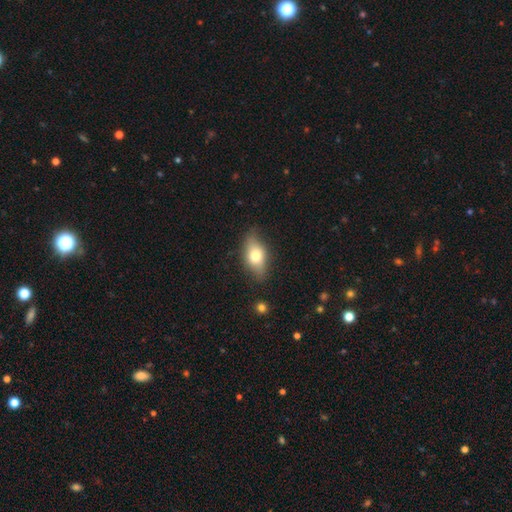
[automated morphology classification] Smooth or featured?
  - smooth: 66% *
  - featured or disk: 27%
  - star or artifact: 8%
How rounded?
  - in between: 83% *
  - round: 9%
  - cigar-shaped: 8%
Merging?
  - none: 74% *
  - minor disturbance: 19%
  - major disturbance: 5%
  - merger: 2%